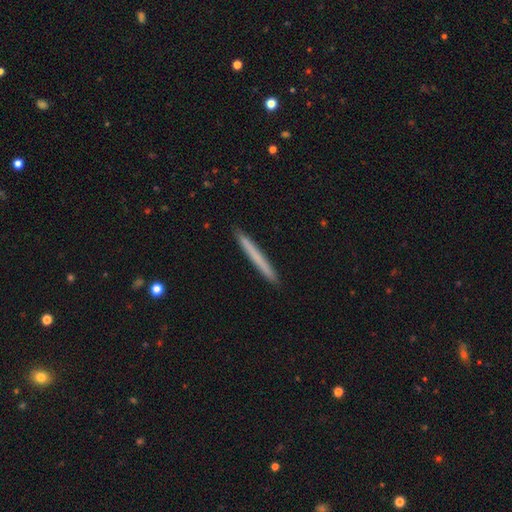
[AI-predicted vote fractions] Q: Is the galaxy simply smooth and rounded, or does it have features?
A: smooth — 67%.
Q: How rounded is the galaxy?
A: cigar-shaped — 97%.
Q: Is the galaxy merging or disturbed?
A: none — 92%.